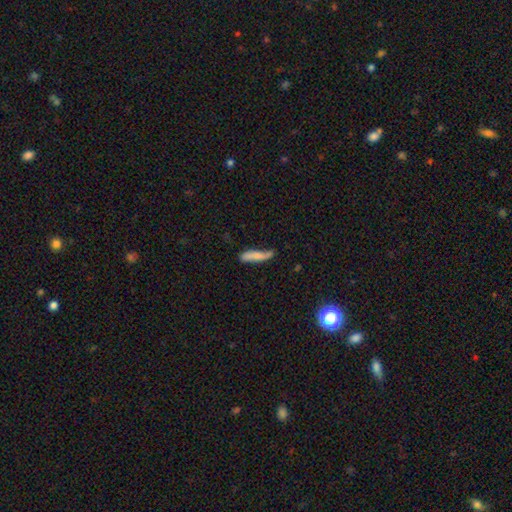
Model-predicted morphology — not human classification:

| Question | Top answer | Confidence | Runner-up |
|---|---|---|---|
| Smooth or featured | smooth | 70% | featured or disk (24%) |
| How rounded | cigar-shaped | 81% | in between (17%) |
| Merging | none | 53% | minor disturbance (32%) |